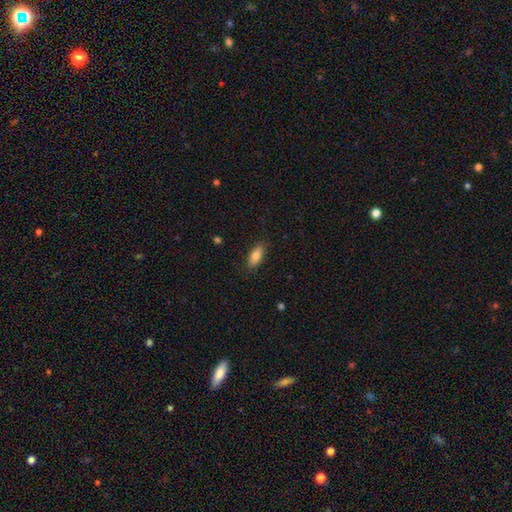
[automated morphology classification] type=smooth (81%); roundness=in between (83%); merging=none (86%).